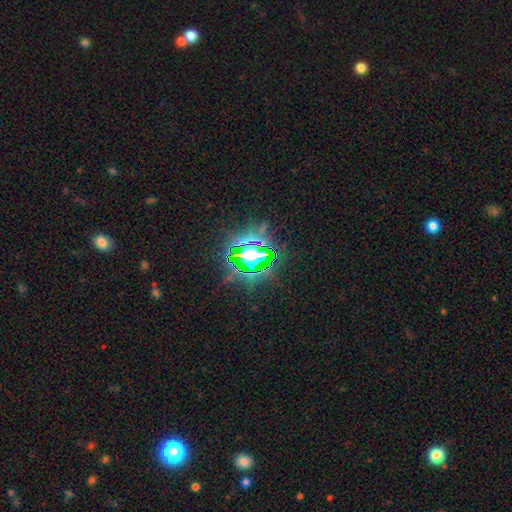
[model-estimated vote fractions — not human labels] smooth_or_featured: star or artifact (p=0.72) [alt: smooth p=0.15]